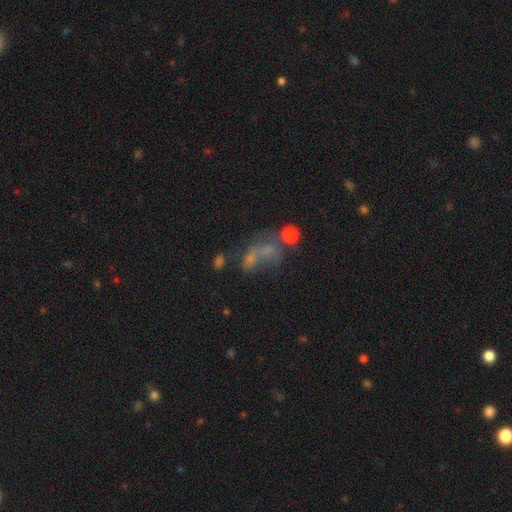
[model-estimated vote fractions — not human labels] smooth_or_featured: featured or disk (p=0.35) [alt: smooth p=0.34]
merging: merger (p=0.30) [alt: none p=0.28]